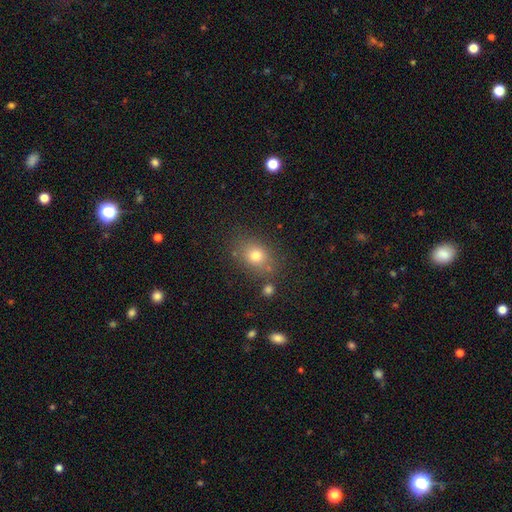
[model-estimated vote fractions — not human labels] This is likely a smooth galaxy (74%). How rounded: possibly in between (55%). Merging: likely none (76%).